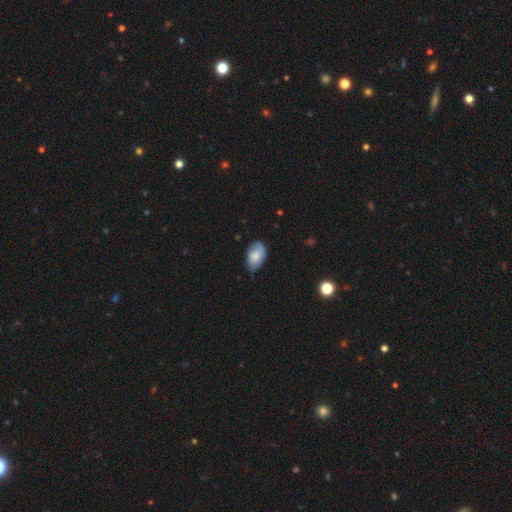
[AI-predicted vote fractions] Q: Smooth or featured?
A: smooth (71%); runner-up: featured or disk (22%)
Q: How rounded?
A: in between (92%); runner-up: round (7%)
Q: Merging?
A: none (65%); runner-up: minor disturbance (29%)